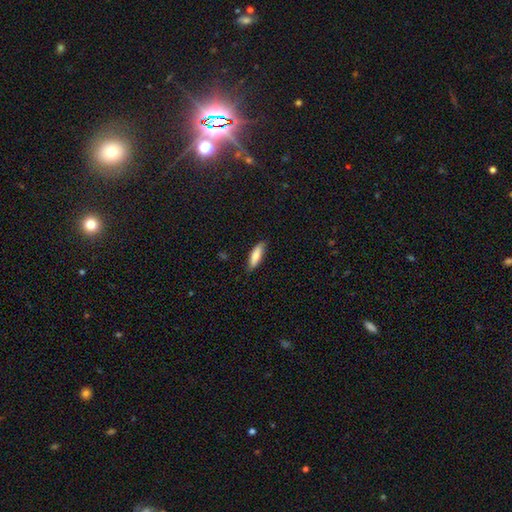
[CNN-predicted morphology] smooth_or_featured: smooth (p=0.83) [alt: featured or disk p=0.11]
how_rounded: in between (p=0.53) [alt: cigar-shaped p=0.45]
merging: none (p=0.82) [alt: minor disturbance p=0.15]